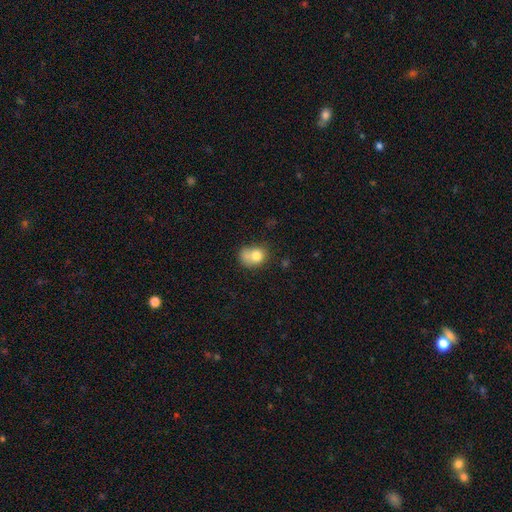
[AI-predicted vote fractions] Smooth or featured? smooth (75%)
How rounded? round (51%)
Merging? none (33%)